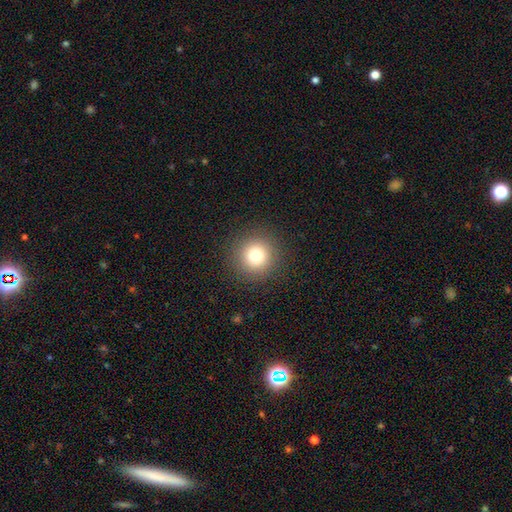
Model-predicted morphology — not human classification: Smooth or featured? Predicted: smooth (p=0.77). How rounded? Predicted: round (p=0.95). Merging? Predicted: none (p=0.91).